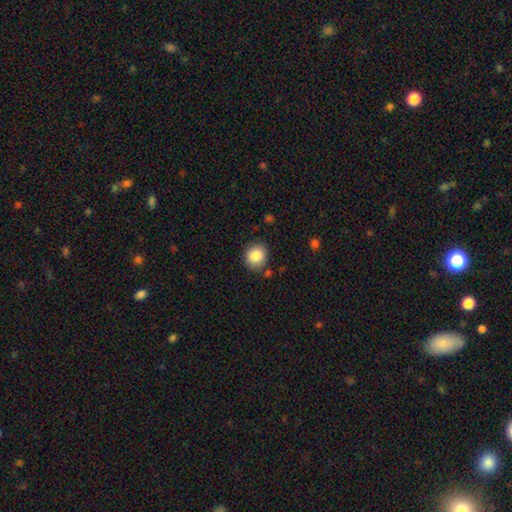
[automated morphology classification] The model was most divided on "how rounded": round: 81%, in between: 18%, cigar-shaped: 1%. More confident: smooth or featured — smooth (86%); merging — none (83%).